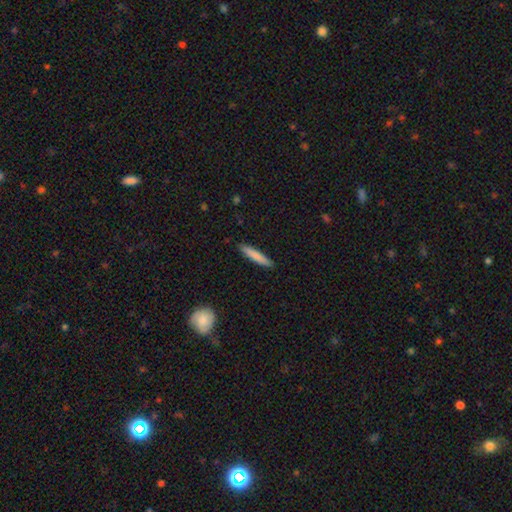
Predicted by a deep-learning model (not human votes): smooth_or_featured: smooth (p=0.80) [alt: featured or disk p=0.14]
how_rounded: cigar-shaped (p=0.92) [alt: in between p=0.07]
merging: none (p=0.90) [alt: minor disturbance p=0.07]